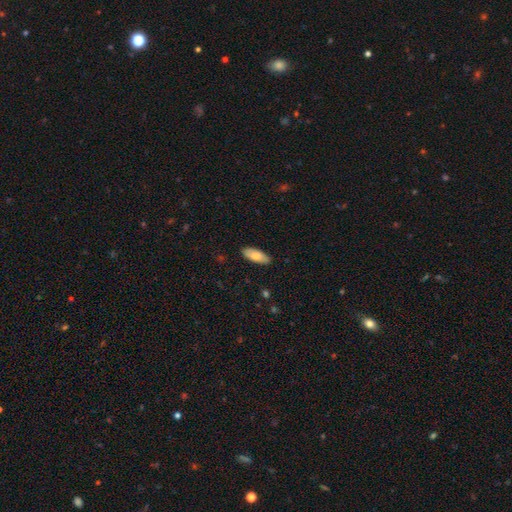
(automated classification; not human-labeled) This is likely a smooth galaxy (77%). How rounded: likely in between (77%). Merging: clearly none (89%).